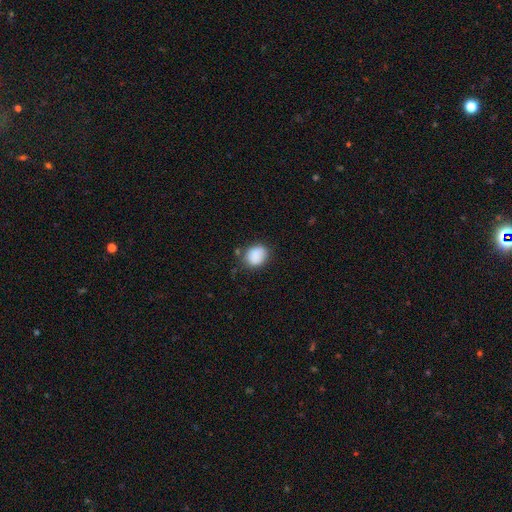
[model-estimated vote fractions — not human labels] Smooth or featured? Predicted: smooth (p=0.87). How rounded? Predicted: round (p=0.51). Merging? Predicted: none (p=0.73).